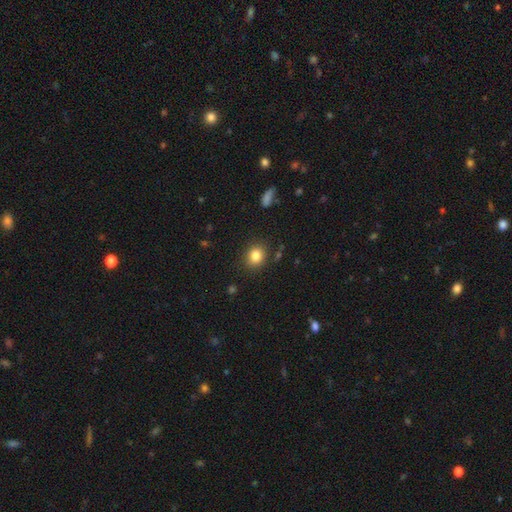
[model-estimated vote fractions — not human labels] A smooth galaxy with no disk features (84%) that is round (64%).

Vote fractions:
- Smooth or featured? smooth: 84% / star or artifact: 10% / featured or disk: 6%
- How rounded? round: 64% / in between: 35% / cigar-shaped: 1%
- Merging? none: 86% / minor disturbance: 9% / major disturbance: 3% / merger: 2%